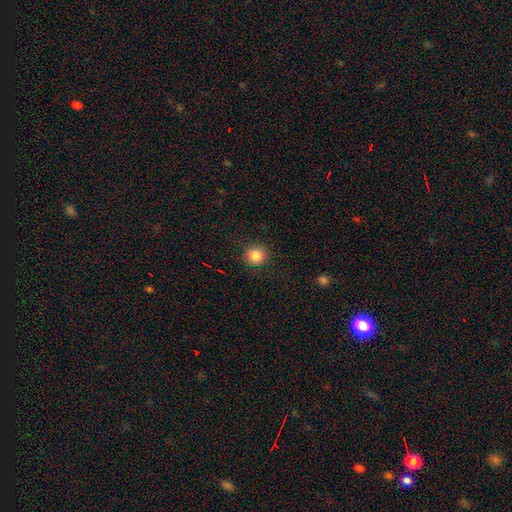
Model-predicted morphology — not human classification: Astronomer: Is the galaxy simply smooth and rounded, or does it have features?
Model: smooth — 84%.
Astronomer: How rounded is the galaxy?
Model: round — 86%.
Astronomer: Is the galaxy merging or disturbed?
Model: none — 90%.